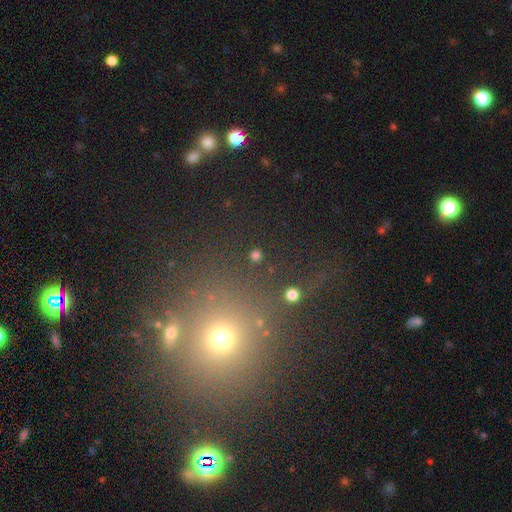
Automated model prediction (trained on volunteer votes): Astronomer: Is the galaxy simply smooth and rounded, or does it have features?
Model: smooth — 56% (runner-up: star or artifact, 34%).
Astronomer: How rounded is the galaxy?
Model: round — 85%.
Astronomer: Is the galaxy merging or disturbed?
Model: none — 80%.